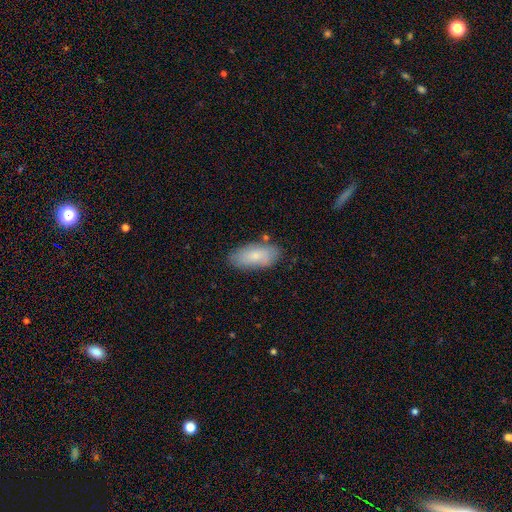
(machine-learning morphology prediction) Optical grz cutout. It shows a smooth galaxy with no disk features (77%) that is in between round and cigar-shaped (89%). Merging: none (79%).